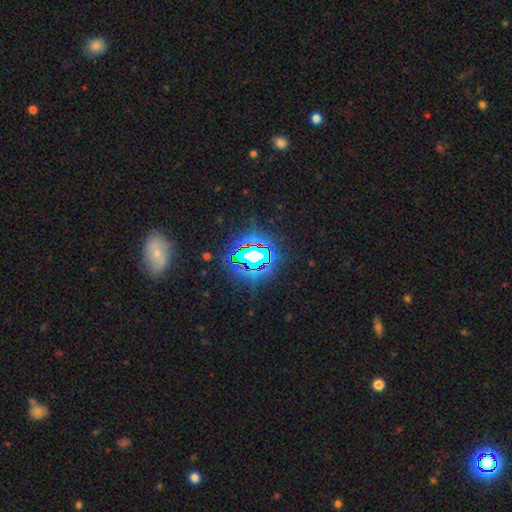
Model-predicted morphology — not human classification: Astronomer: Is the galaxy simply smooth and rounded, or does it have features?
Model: star or artifact — 77%.